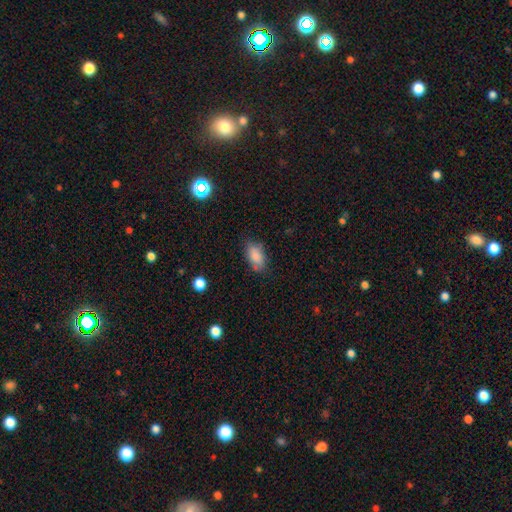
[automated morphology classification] smooth-or-featured: smooth: 85% | star or artifact: 8% | featured or disk: 7%
  how-rounded: in between: 91% | round: 5% | cigar-shaped: 4%
  merging: none: 75% | minor disturbance: 19% | major disturbance: 4% | merger: 2%